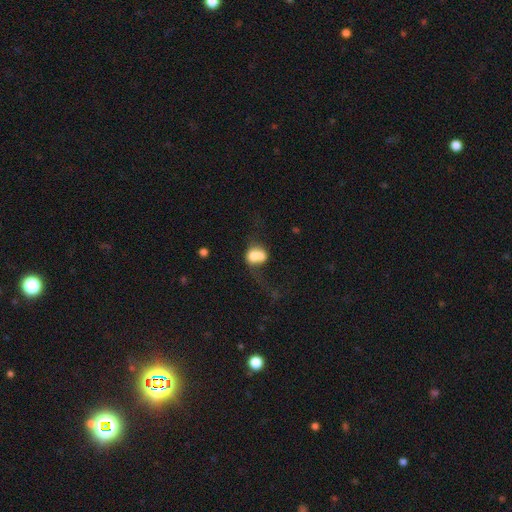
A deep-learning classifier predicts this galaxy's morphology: Smooth or featured? smooth (66%)
How rounded? round (52%)
Merging? merger (60%)